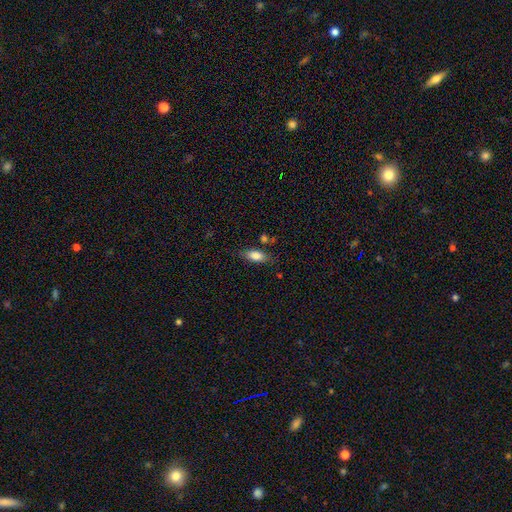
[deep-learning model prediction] Smooth or featured?
  - smooth: 81% *
  - featured or disk: 12%
  - star or artifact: 7%
How rounded?
  - in between: 83% *
  - cigar-shaped: 13%
  - round: 3%
Merging?
  - none: 74% *
  - minor disturbance: 17%
  - merger: 4%
  - major disturbance: 4%